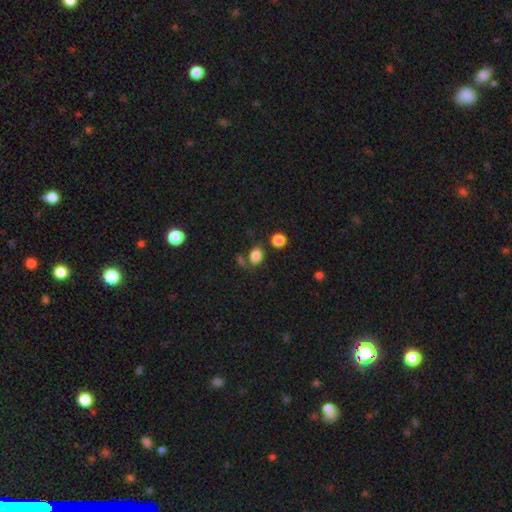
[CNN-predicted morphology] Smooth or featured?
  - smooth: 83% *
  - star or artifact: 12%
  - featured or disk: 6%
How rounded?
  - in between: 66% *
  - round: 33%
  - cigar-shaped: 1%
Merging?
  - none: 67% *
  - minor disturbance: 14%
  - merger: 13%
  - major disturbance: 6%